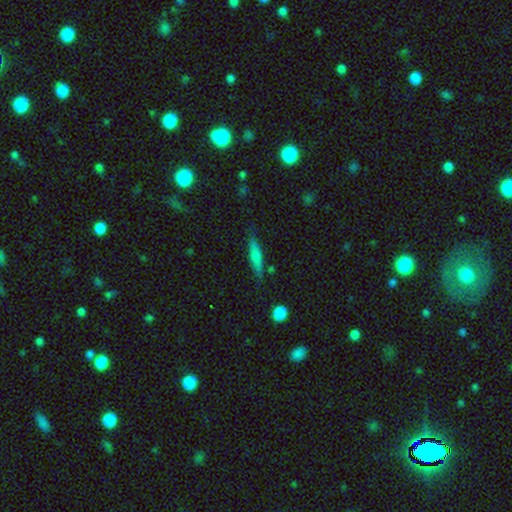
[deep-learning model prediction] This appears to be a smooth galaxy with no disk features (53%) that is cigar-shaped (86%). Merging: none (83%).